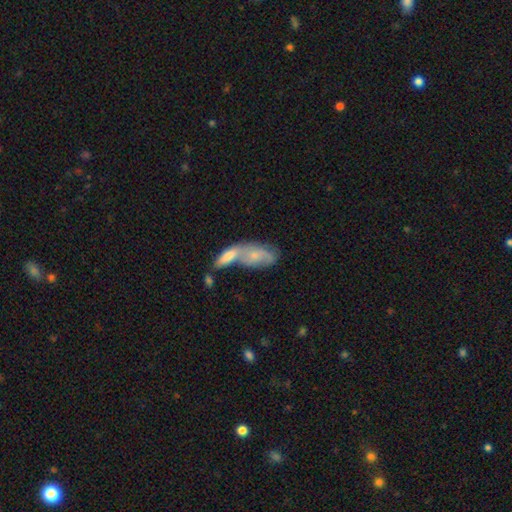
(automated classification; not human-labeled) Q: Smooth or featured?
A: smooth (54%); runner-up: featured or disk (39%)
Q: How rounded?
A: in between (84%); runner-up: cigar-shaped (12%)
Q: Merging?
A: merger (61%); runner-up: none (22%)